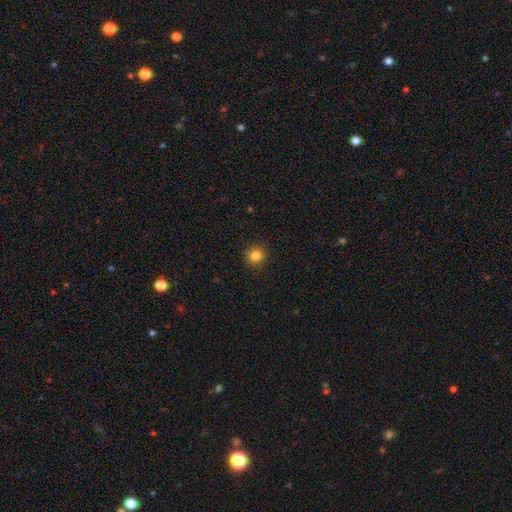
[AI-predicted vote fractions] Morphology: type=smooth (83%); roundness=round (91%); merging=none (90%).